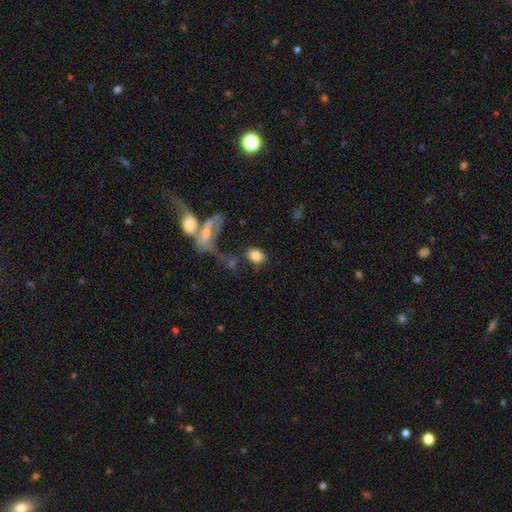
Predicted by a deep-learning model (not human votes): Morphology: type=smooth (81%); roundness=in between (80%); merging=none (66%).